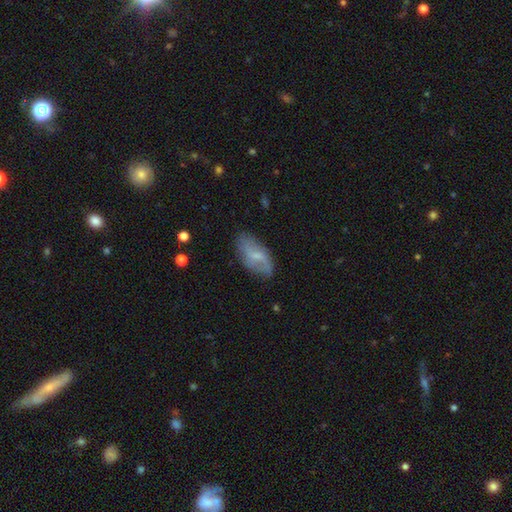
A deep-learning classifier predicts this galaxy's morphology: featured or disk 48%, smooth 44%, star or artifact 8%. Down the decision tree: merging — none (68%).